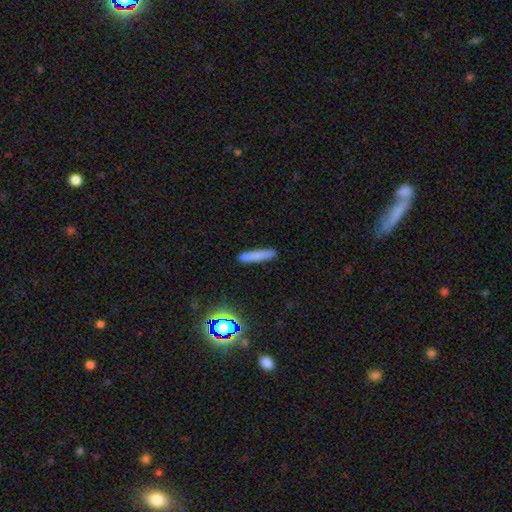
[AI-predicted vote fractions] Smooth or featured? Predicted: smooth (p=0.75). How rounded? Predicted: cigar-shaped (p=0.93). Merging? Predicted: none (p=0.86).